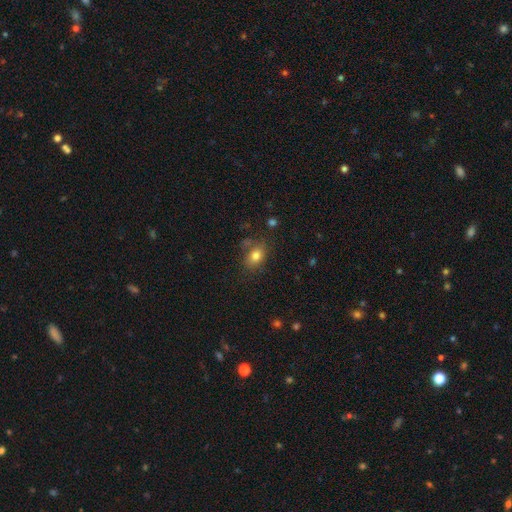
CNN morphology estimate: smooth_or_featured: smooth (p=0.80) [alt: star or artifact p=0.11]
how_rounded: in between (p=0.68) [alt: round p=0.31]
merging: none (p=0.71) [alt: minor disturbance p=0.18]